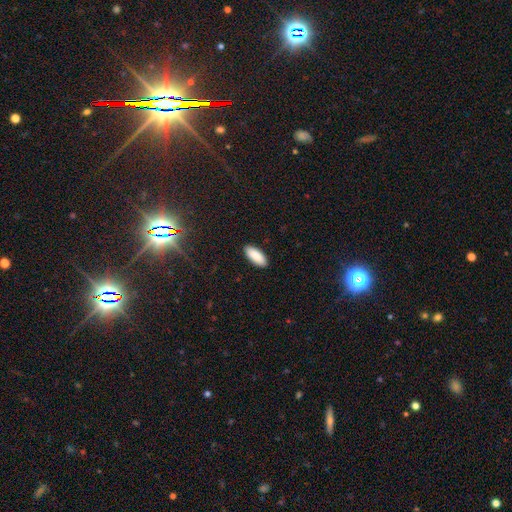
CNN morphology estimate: Smooth or featured? smooth (90%)
How rounded? in between (82%)
Merging? none (91%)